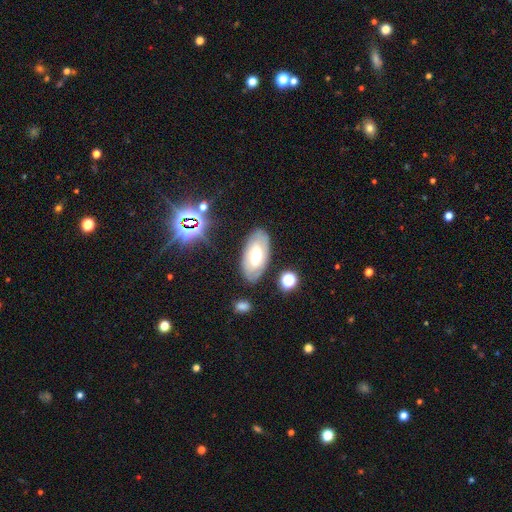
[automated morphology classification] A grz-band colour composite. It shows a featured or disk galaxy (48%). Merging: none (81%).